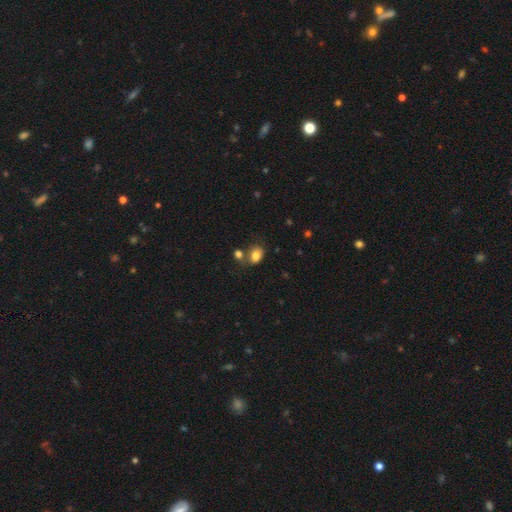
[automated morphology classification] Smooth or featured? Predicted: smooth (p=0.82). How rounded? Predicted: in between (p=0.72). Merging? Predicted: none (p=0.58).